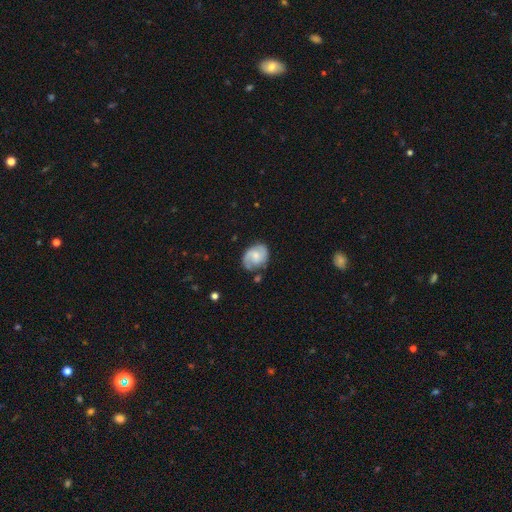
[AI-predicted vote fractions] A featured or disk galaxy (64%) with no bar (54%), 2 (77%) medium (45%) spiral arms (91%) and a small central bulge (46%). Merging: none (67%).